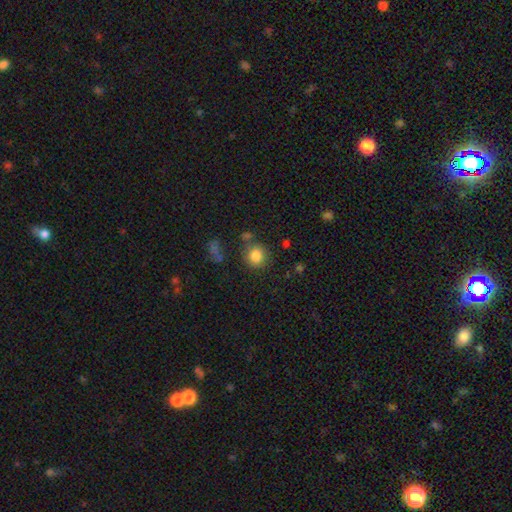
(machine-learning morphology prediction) This appears to be a smooth galaxy with no disk features (84%) that is round (85%). Merging: none (76%).